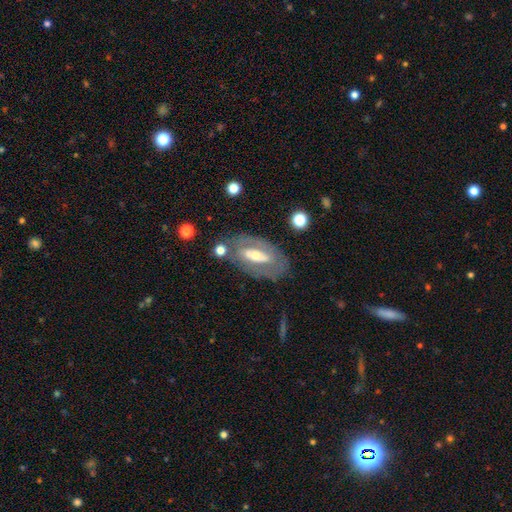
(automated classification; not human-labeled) Overall: featured or disk (66%; smooth 28%). Edge-on disk: no (85%). Bar: no (39%; strong 34%). Spiral arms: no (66%; yes 34%). Bulge size: moderate (56%; small 31%). Merging: none (73%).